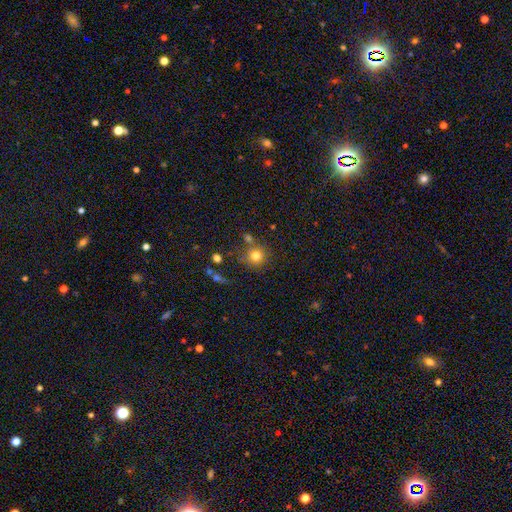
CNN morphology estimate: smooth-or-featured: smooth: 79% | star or artifact: 13% | featured or disk: 8%
  how-rounded: round: 91% | in between: 8% | cigar-shaped: 1%
  merging: none: 71% | merger: 13% | minor disturbance: 12% | major disturbance: 5%